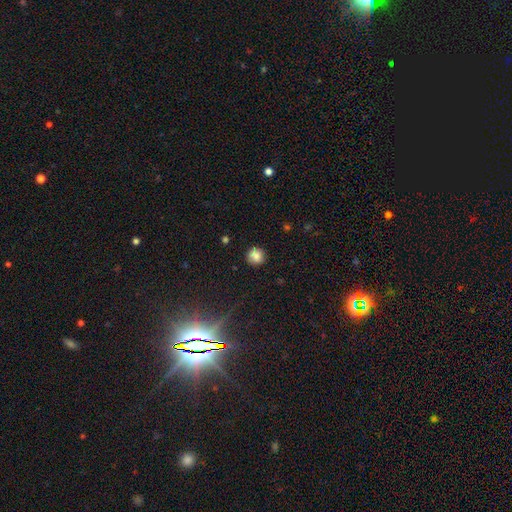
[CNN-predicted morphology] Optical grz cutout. It shows a smooth galaxy with no disk features (80%) that is round (88%). Merging: none (83%).